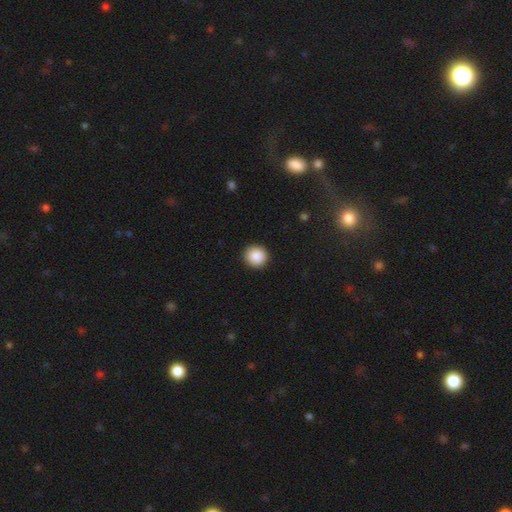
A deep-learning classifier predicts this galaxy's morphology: Q: Smooth or featured?
A: smooth (89%); runner-up: star or artifact (8%)
Q: How rounded?
A: round (93%); runner-up: in between (6%)
Q: Merging?
A: none (93%); runner-up: minor disturbance (5%)